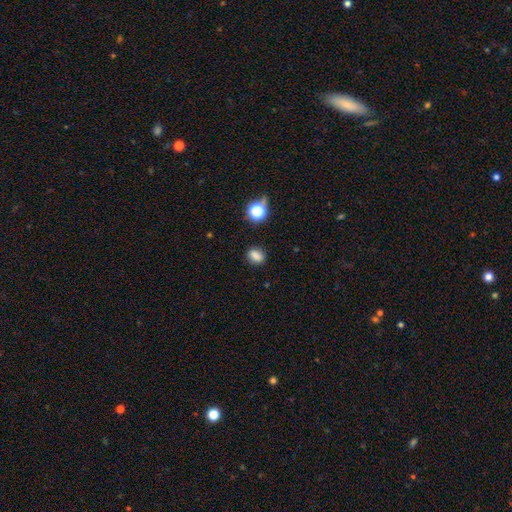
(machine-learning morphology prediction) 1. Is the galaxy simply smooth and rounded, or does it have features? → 80% smooth, 14% star or artifact, 6% featured or disk.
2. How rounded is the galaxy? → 64% in between, 33% round, 3% cigar-shaped.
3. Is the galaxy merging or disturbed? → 82% none, 12% minor disturbance, 3% major disturbance, 3% merger.